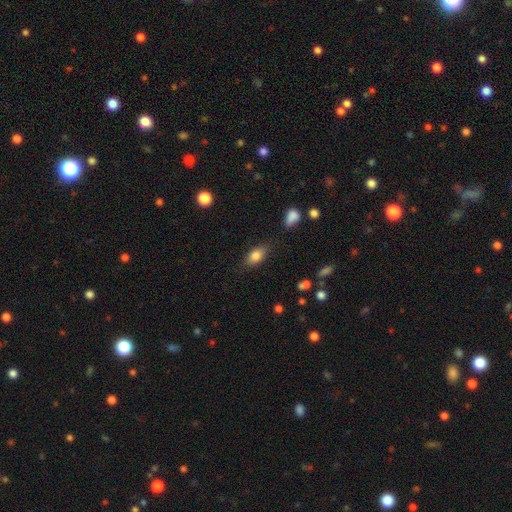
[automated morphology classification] smooth-or-featured: smooth: 81% | featured or disk: 11% | star or artifact: 8%
  how-rounded: in between: 85% | round: 8% | cigar-shaped: 6%
  merging: none: 78% | minor disturbance: 15% | major disturbance: 4% | merger: 3%